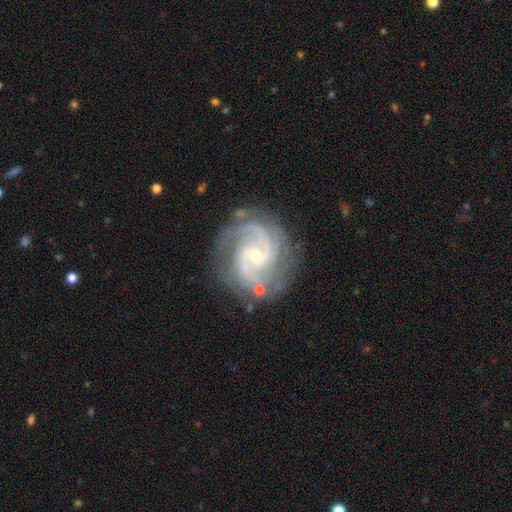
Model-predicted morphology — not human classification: smooth_or_featured: featured or disk (p=0.91) [alt: star or artifact p=0.05]
disk_edge_on: no (p=0.98) [alt: yes p=0.02]
bar: no (p=0.54) [alt: weak p=0.36]
has_spiral_arms: yes (p=0.98) [alt: no p=0.02]
spiral_winding: tight (p=0.61) [alt: medium p=0.35]
spiral_arm_count: 3 (p=0.33) [alt: 2 p=0.30]
bulge_size: small (p=0.67) [alt: moderate p=0.30]
merging: none (p=0.76) [alt: minor disturbance p=0.16]